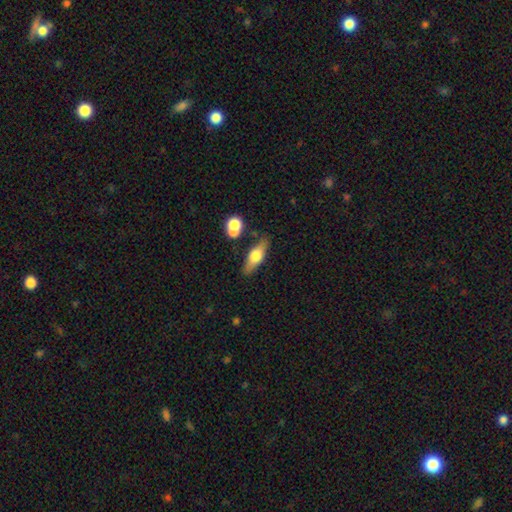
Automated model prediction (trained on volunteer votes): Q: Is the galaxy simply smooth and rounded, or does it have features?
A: smooth — 51%.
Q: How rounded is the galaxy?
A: in between — 56%.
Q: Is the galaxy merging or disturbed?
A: none — 79%.